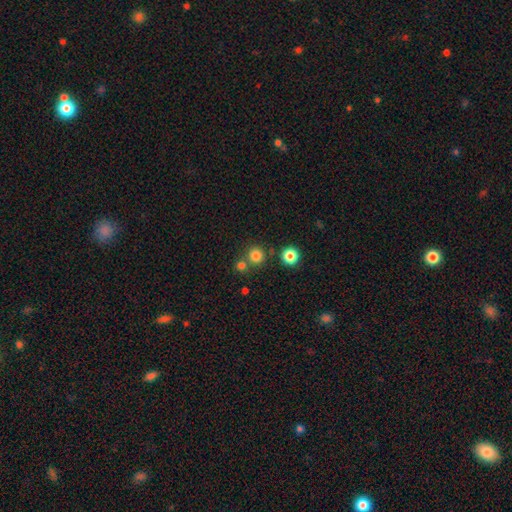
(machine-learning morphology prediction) smooth_or_featured: smooth (p=0.80) [alt: star or artifact p=0.15]
how_rounded: round (p=0.94) [alt: in between p=0.05]
merging: none (p=0.74) [alt: merger p=0.17]